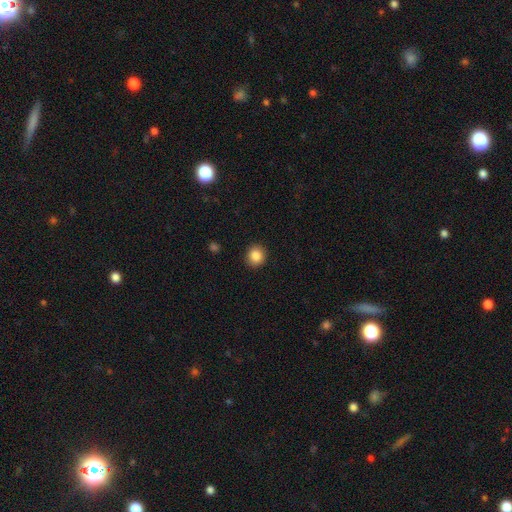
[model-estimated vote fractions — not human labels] The model was most divided on "how rounded": round: 83%, in between: 16%, cigar-shaped: 1%. More confident: merging — none (91%); smooth or featured — smooth (86%).